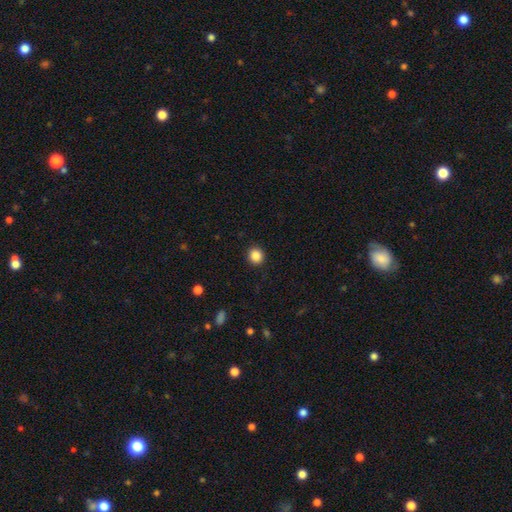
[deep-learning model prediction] smooth_or_featured: smooth (p=0.87) [alt: star or artifact p=0.10]
how_rounded: round (p=0.91) [alt: in between p=0.08]
merging: none (p=0.92) [alt: minor disturbance p=0.05]